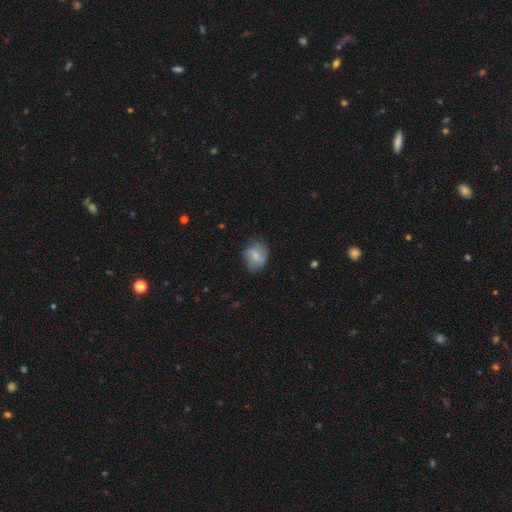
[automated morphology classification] smooth 72%, featured or disk 21%, star or artifact 8%. Down the decision tree: how rounded — round (59%); merging — none (69%).